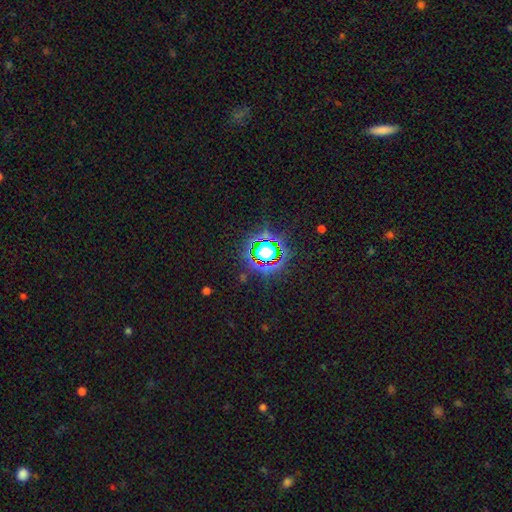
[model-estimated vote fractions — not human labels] smooth_or_featured: star or artifact (p=0.80) [alt: smooth p=0.12]